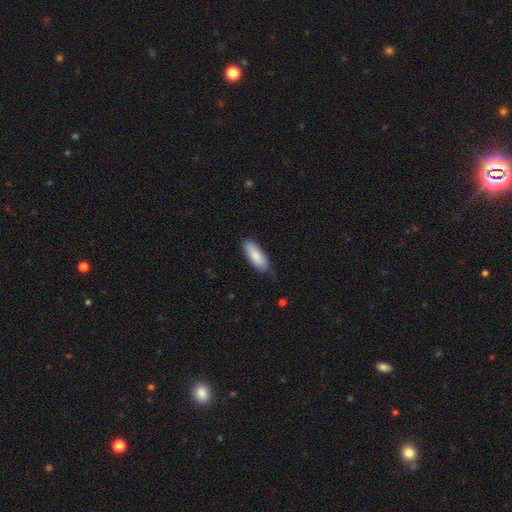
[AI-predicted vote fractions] Smooth or featured? smooth (86%)
How rounded? in between (65%)
Merging? none (73%)